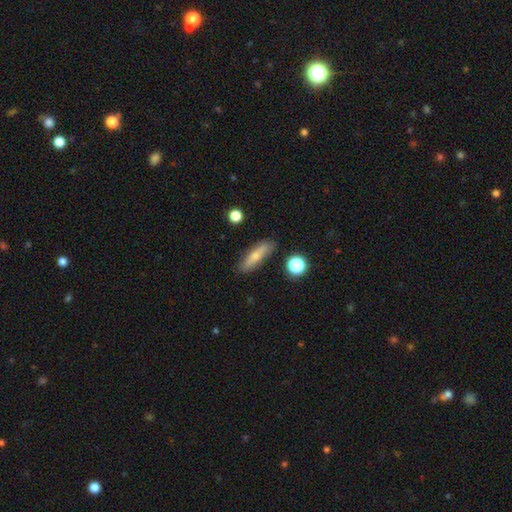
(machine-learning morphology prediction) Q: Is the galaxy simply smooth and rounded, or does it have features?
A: smooth — 67%.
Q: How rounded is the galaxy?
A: cigar-shaped — 65%.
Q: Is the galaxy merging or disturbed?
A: none — 84%.